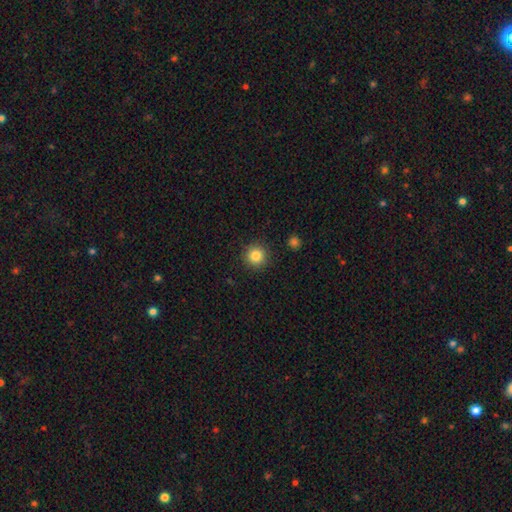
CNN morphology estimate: Smooth or featured? smooth (84%)
How rounded? round (95%)
Merging? none (90%)